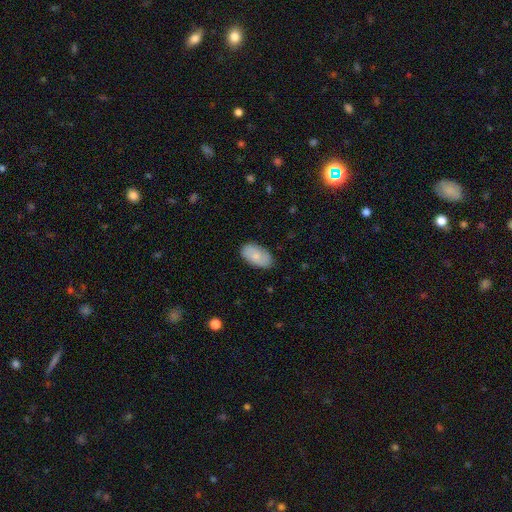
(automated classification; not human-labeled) Smooth or featured?
  - smooth: 72% *
  - featured or disk: 22%
  - star or artifact: 6%
How rounded?
  - in between: 94% *
  - round: 4%
  - cigar-shaped: 2%
Merging?
  - none: 83% *
  - minor disturbance: 13%
  - major disturbance: 2%
  - merger: 1%